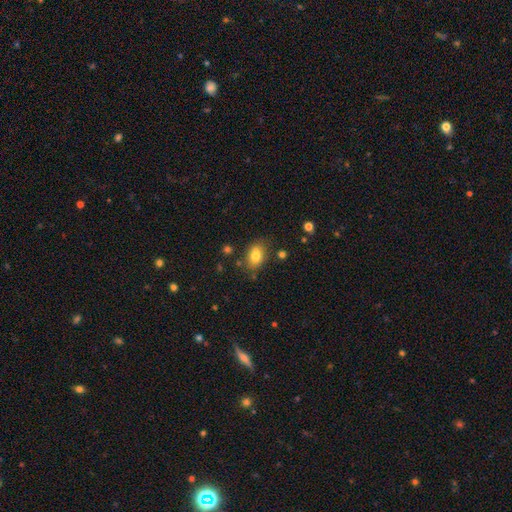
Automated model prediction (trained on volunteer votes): This appears to be a smooth galaxy with no disk features (77%) that is in between round and cigar-shaped (77%). Merging: none (74%).